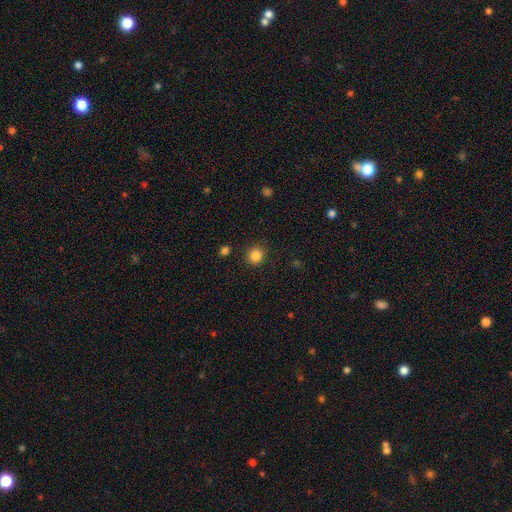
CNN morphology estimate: This is clearly a smooth galaxy (85%). How rounded: clearly round (90%). Merging: clearly none (89%).